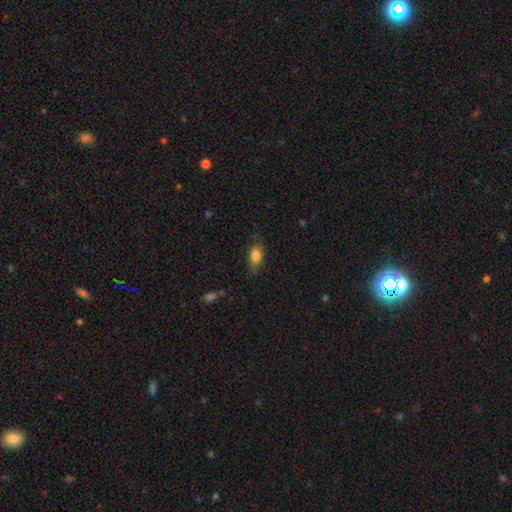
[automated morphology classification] Smooth or featured? Predicted: smooth (p=0.79). How rounded? Predicted: in between (p=0.81). Merging? Predicted: none (p=0.73).